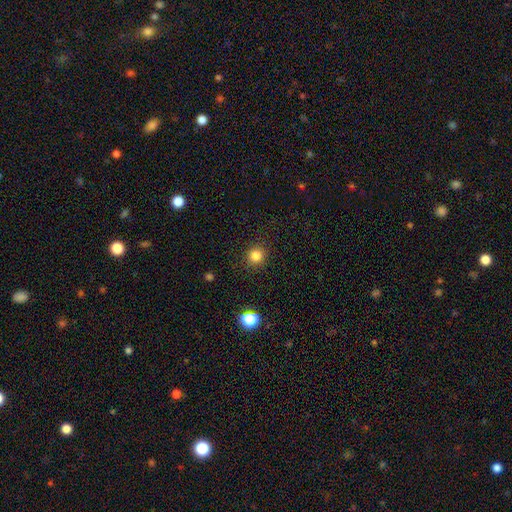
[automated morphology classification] smooth-or-featured: smooth: 83% | star or artifact: 13% | featured or disk: 4%
  how-rounded: round: 92% | in between: 7% | cigar-shaped: 1%
  merging: none: 91% | minor disturbance: 6% | major disturbance: 2% | merger: 1%